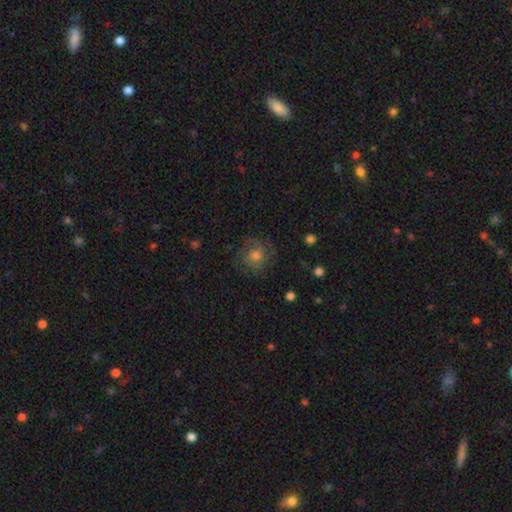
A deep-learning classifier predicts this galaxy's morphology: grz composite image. It shows a featured or disk galaxy (54%) with no bar (79%), spiral arms (87%) and a moderate central bulge (61%). Merging: none (75%).